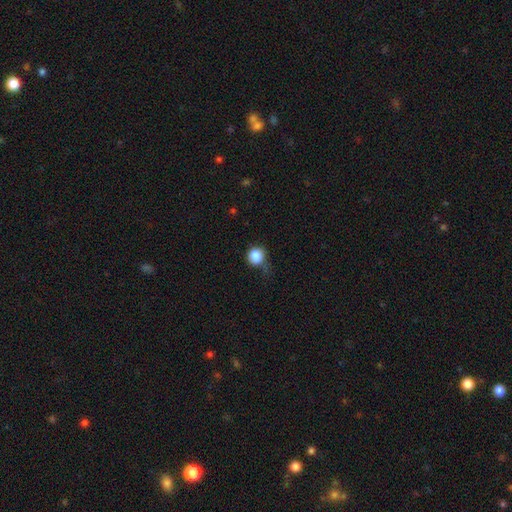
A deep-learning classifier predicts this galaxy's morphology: Overall: smooth (86%). How rounded: round (92%). Merging: none (60%; minor disturbance 28%).